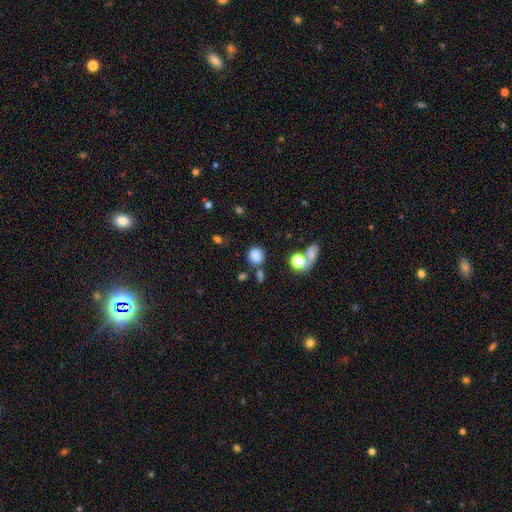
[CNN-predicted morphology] smooth-or-featured: smooth: 81% | star or artifact: 13% | featured or disk: 6%
  how-rounded: round: 83% | in between: 16% | cigar-shaped: 1%
  merging: none: 68% | minor disturbance: 13% | merger: 13% | major disturbance: 6%